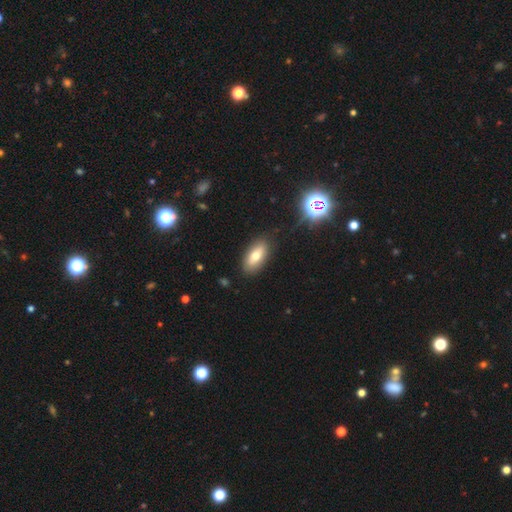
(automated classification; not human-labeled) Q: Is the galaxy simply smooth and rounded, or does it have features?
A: smooth — 71%.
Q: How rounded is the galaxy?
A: in between — 87%.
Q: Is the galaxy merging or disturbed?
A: none — 86%.